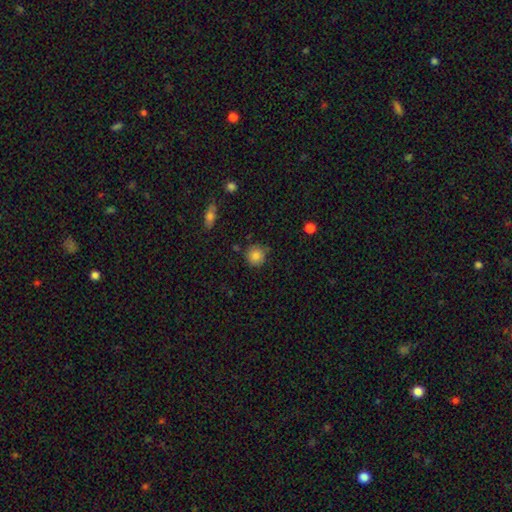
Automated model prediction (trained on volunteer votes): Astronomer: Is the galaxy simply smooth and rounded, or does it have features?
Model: smooth — 84%.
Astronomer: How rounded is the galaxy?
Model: round — 92%.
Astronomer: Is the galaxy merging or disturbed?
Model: none — 80%.